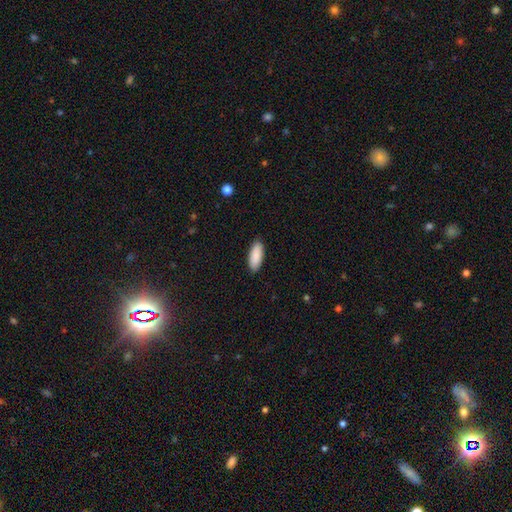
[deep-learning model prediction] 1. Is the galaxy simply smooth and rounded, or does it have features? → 91% smooth, 6% star or artifact, 4% featured or disk.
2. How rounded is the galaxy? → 76% in between, 23% cigar-shaped, 2% round.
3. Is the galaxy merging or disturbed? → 90% none, 8% minor disturbance, 2% major disturbance, 1% merger.